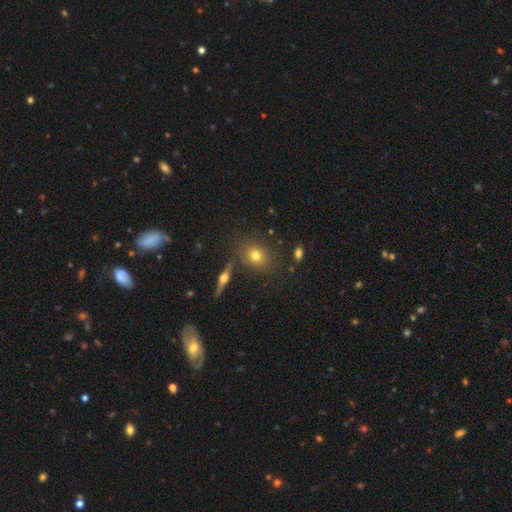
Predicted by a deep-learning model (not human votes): This is likely a smooth galaxy (70%). How rounded: likely round (62%). Merging: likely none (79%).